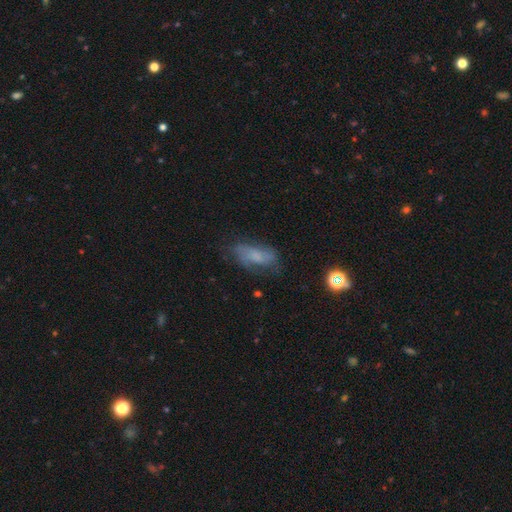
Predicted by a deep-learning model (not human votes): Q: Smooth or featured?
A: smooth (51%); runner-up: featured or disk (37%)
Q: How rounded?
A: in between (81%); runner-up: cigar-shaped (15%)
Q: Merging?
A: none (56%); runner-up: minor disturbance (26%)